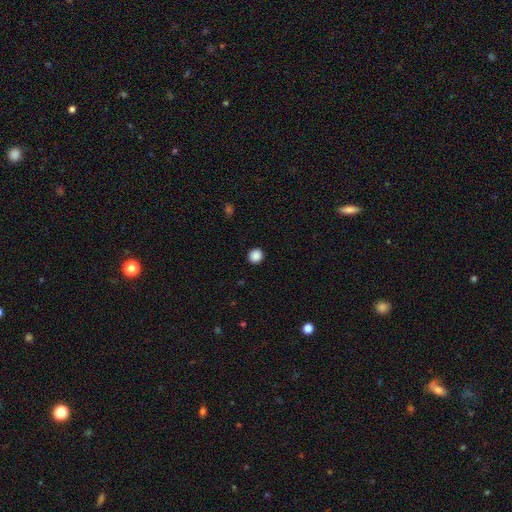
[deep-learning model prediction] Smooth or featured? Predicted: smooth (p=0.88). How rounded? Predicted: round (p=0.90). Merging? Predicted: none (p=0.92).